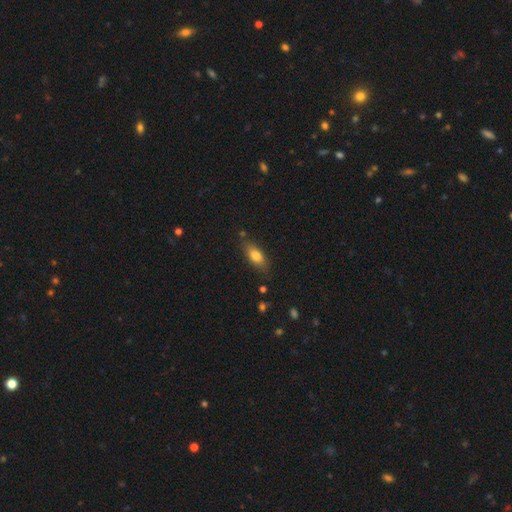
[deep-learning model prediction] A smooth galaxy with no disk features (77%) that is in between round and cigar-shaped (78%).

Vote fractions:
- Smooth or featured? smooth: 77% / featured or disk: 15% / star or artifact: 7%
- How rounded? in between: 78% / cigar-shaped: 18% / round: 4%
- Merging? none: 77% / minor disturbance: 16% / major disturbance: 4% / merger: 3%